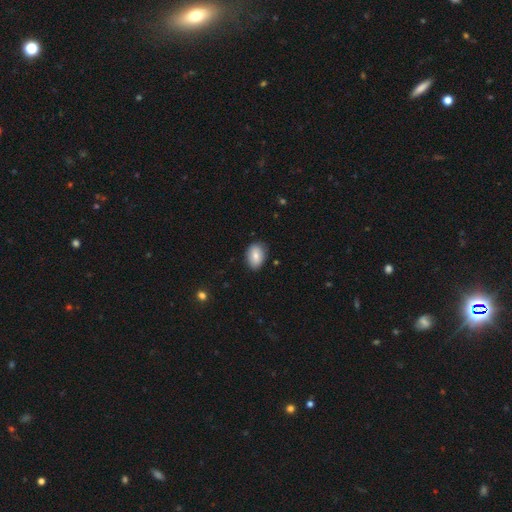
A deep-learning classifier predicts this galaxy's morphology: A smooth galaxy with no disk features (79%) that is in between round and cigar-shaped (85%).

Vote fractions:
- Smooth or featured? smooth: 79% / featured or disk: 13% / star or artifact: 7%
- How rounded? in between: 85% / round: 13% / cigar-shaped: 1%
- Merging? none: 83% / minor disturbance: 13% / major disturbance: 2% / merger: 1%